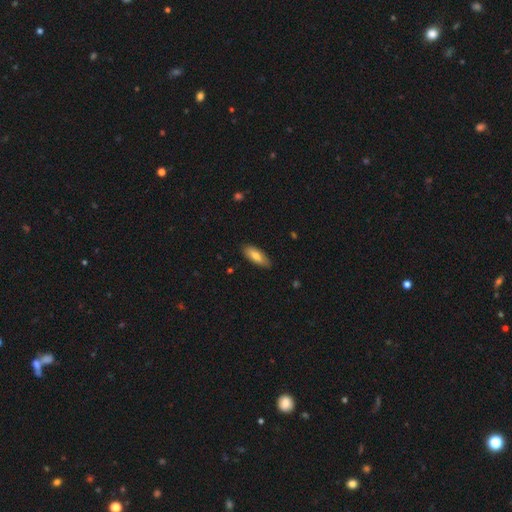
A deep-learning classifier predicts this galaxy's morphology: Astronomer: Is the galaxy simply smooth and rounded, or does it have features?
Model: smooth — 75%.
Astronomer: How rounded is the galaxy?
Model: in between — 70%.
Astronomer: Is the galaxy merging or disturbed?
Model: none — 85%.